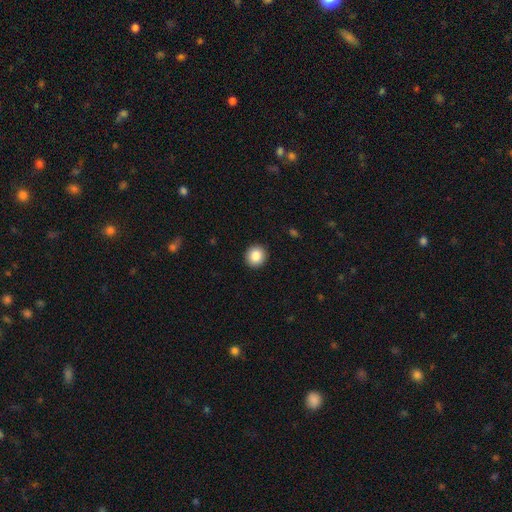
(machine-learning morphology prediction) Smooth or featured: smooth — 86% (star or artifact — 9%)
How rounded: round — 90% (in between — 9%)
Merging: none — 93% (minor disturbance — 5%)